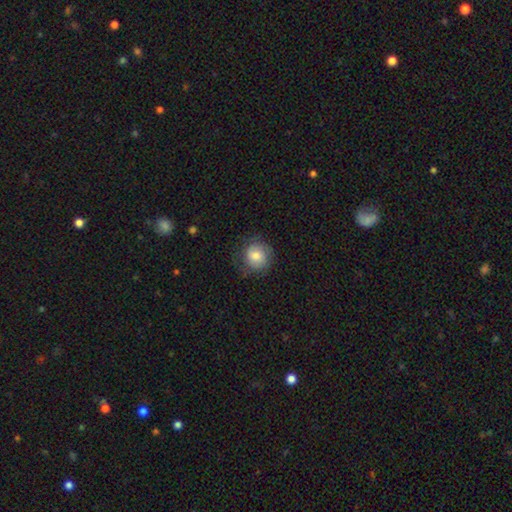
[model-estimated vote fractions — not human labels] Smooth or featured? smooth (74%)
How rounded? round (88%)
Merging? none (73%)